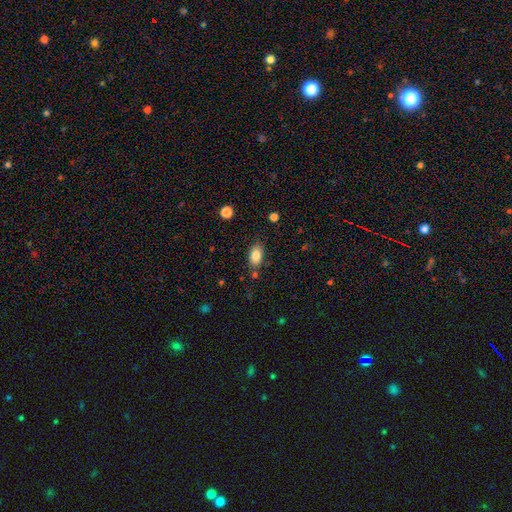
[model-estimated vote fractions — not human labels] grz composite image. It shows a smooth galaxy with no disk features (85%) that is in between round and cigar-shaped (89%). Merging: none (78%).